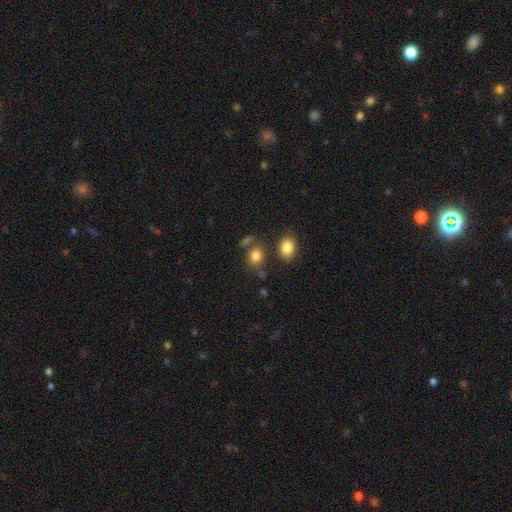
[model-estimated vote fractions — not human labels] Smooth or featured: smooth — 83% (star or artifact — 10%)
How rounded: round — 49% (tied with in between — 49%)
Merging: none — 65% (merger — 17%)